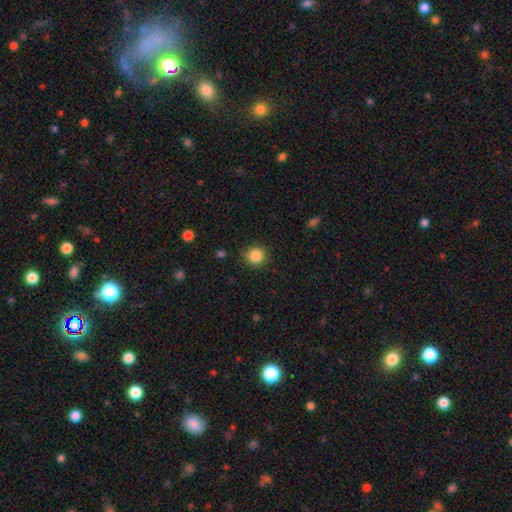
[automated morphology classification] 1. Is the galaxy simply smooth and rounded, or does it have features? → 86% smooth, 10% star or artifact, 4% featured or disk.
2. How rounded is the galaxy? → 90% round, 9% in between, 1% cigar-shaped.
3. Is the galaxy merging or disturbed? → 84% none, 12% minor disturbance, 3% major disturbance, 1% merger.